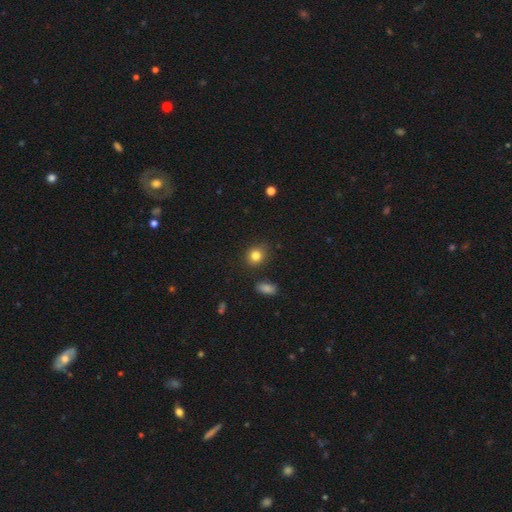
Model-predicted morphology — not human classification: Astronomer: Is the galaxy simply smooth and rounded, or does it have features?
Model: smooth — 83%.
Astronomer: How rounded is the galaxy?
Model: round — 75%.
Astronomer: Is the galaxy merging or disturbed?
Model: none — 85%.